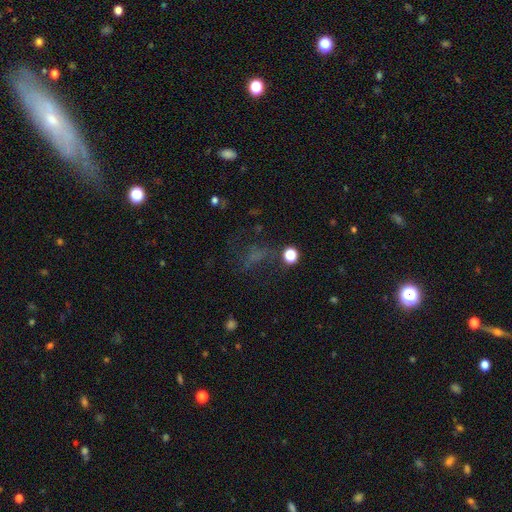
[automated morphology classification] A star or artifact, not a galaxy (40%).

Vote fractions:
- Smooth or featured? star or artifact: 40% / smooth: 38% / featured or disk: 22%